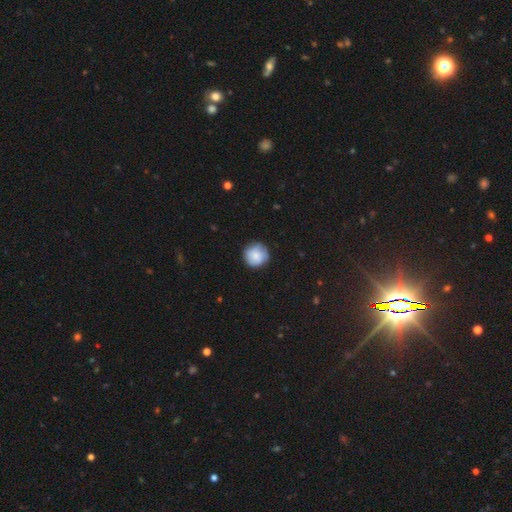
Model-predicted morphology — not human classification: Smooth or featured? smooth (81%)
How rounded? round (95%)
Merging? none (86%)